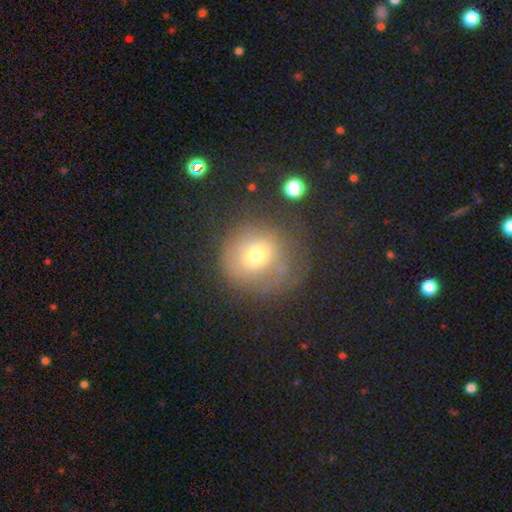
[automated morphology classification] This is likely a smooth galaxy (64%). How rounded: clearly round (87%). Merging: possibly none (57%).